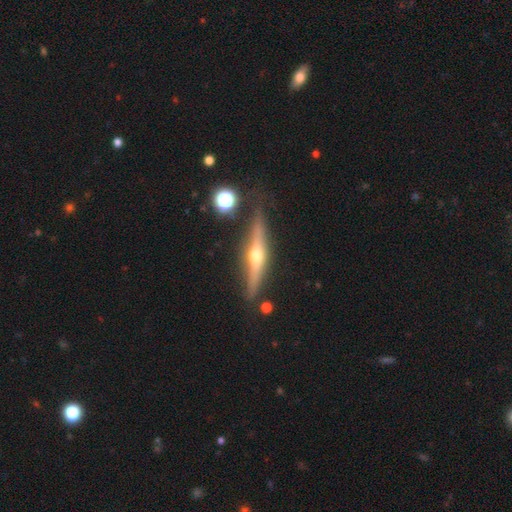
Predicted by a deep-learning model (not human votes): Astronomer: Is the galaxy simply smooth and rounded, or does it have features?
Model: featured or disk — 71%.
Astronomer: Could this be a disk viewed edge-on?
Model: yes — 96%.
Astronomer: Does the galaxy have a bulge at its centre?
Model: rounded — 92%.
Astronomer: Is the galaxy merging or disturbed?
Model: none — 84%.